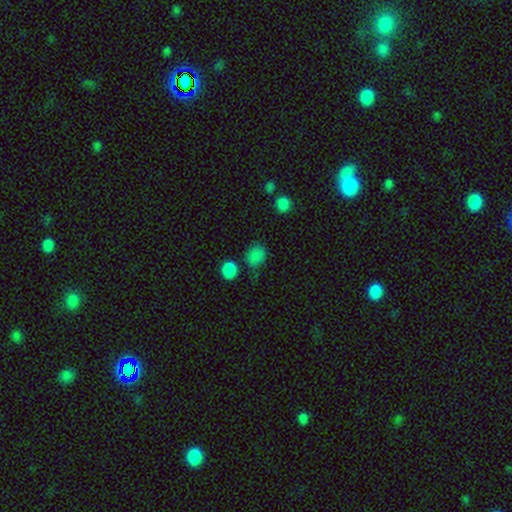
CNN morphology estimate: Smooth or featured?
  - smooth: 80% *
  - star or artifact: 16%
  - featured or disk: 4%
How rounded?
  - round: 62% *
  - in between: 36%
  - cigar-shaped: 1%
Merging?
  - none: 68% *
  - minor disturbance: 18%
  - merger: 7%
  - major disturbance: 6%